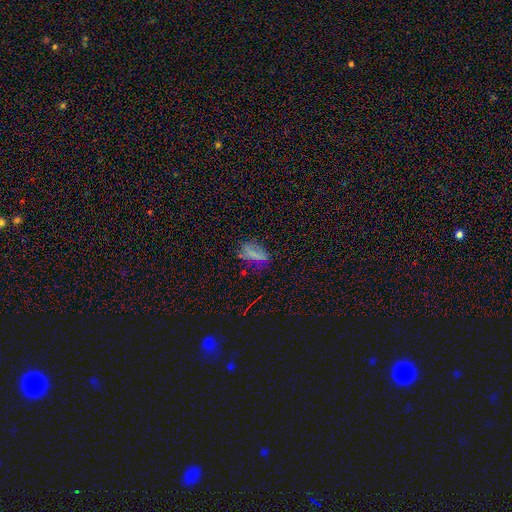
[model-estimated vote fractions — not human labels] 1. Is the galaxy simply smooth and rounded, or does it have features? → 62% smooth, 19% star or artifact, 19% featured or disk.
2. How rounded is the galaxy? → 75% in between, 17% cigar-shaped, 8% round.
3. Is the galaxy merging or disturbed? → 53% none, 25% minor disturbance, 16% major disturbance, 5% merger.